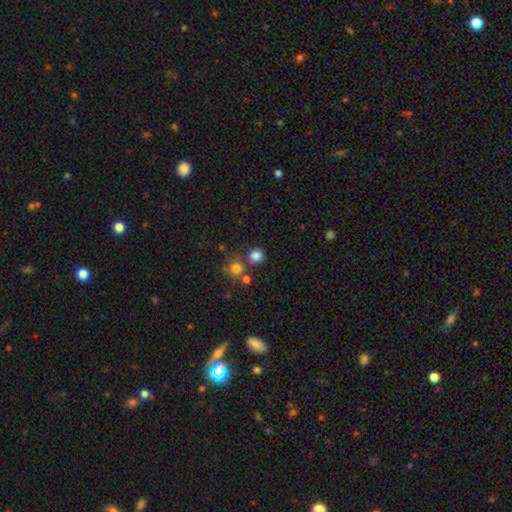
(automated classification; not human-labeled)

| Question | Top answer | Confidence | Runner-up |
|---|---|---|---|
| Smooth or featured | smooth | 80% | star or artifact (14%) |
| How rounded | round | 89% | in between (10%) |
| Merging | none | 71% | merger (17%) |